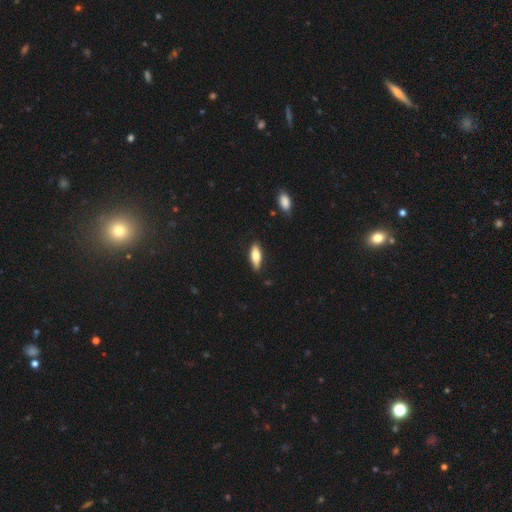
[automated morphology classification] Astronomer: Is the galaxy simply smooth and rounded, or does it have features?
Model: smooth — 75%.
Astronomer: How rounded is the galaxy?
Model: in between — 65%.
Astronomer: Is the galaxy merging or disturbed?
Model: none — 83%.